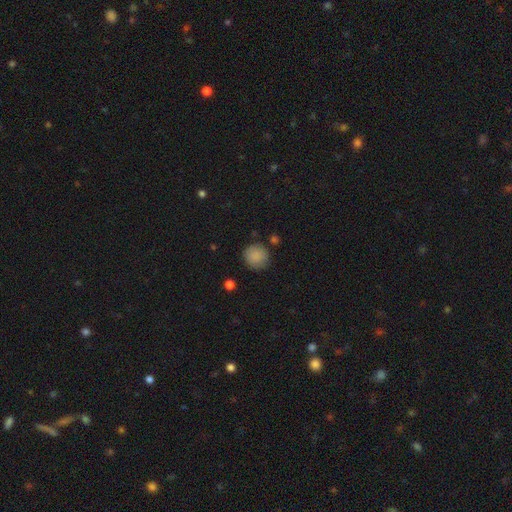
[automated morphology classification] Q: Smooth or featured?
A: smooth (87%); runner-up: star or artifact (9%)
Q: How rounded?
A: round (92%); runner-up: in between (8%)
Q: Merging?
A: none (84%); runner-up: minor disturbance (10%)